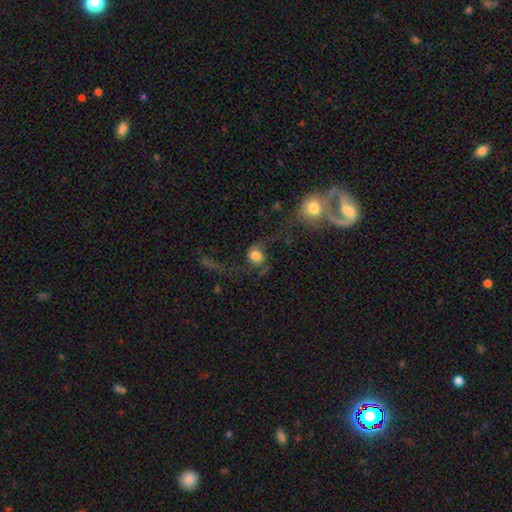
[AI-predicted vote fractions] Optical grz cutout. It shows a featured or disk galaxy (45%). Merging: major disturbance (38%).